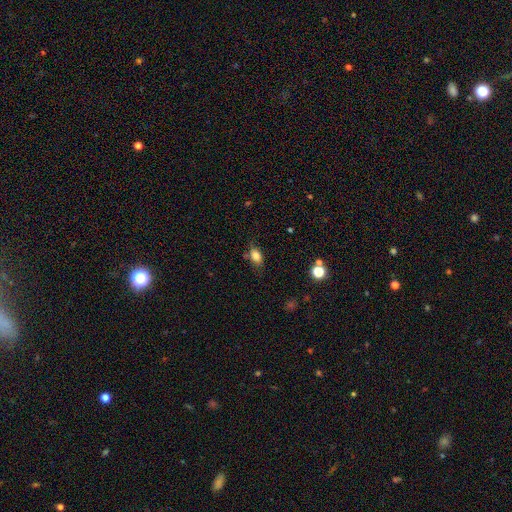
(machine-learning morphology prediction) Smooth or featured: smooth — 81% (star or artifact — 10%)
How rounded: in between — 82% (round — 15%)
Merging: none — 69% (minor disturbance — 21%)